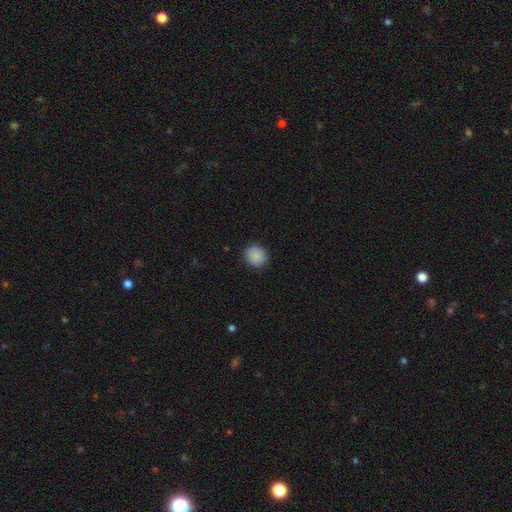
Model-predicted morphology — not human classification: smooth-or-featured: smooth: 89% | star or artifact: 8% | featured or disk: 3%
  how-rounded: round: 83% | in between: 16% | cigar-shaped: 1%
  merging: none: 89% | minor disturbance: 8% | major disturbance: 2% | merger: 1%